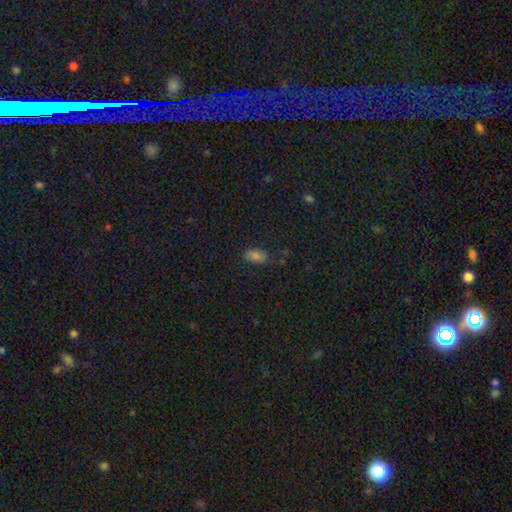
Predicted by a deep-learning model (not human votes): A smooth galaxy with no disk features (68%) that is in between round and cigar-shaped (89%).

Vote fractions:
- Smooth or featured? smooth: 68% / star or artifact: 19% / featured or disk: 13%
- How rounded? in between: 89% / round: 6% / cigar-shaped: 5%
- Merging? none: 73% / minor disturbance: 20% / major disturbance: 5% / merger: 2%